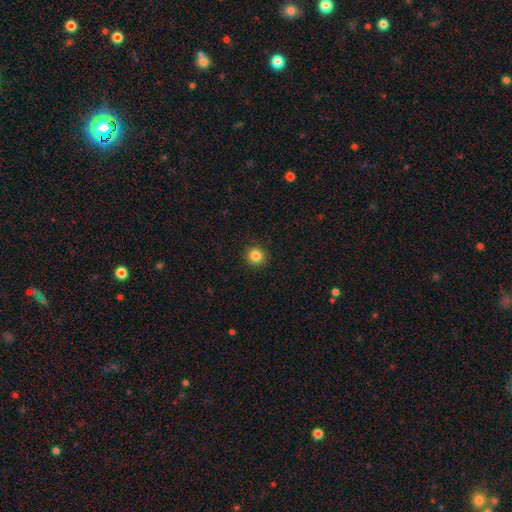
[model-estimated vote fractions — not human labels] A smooth galaxy with no disk features (84%) that is round (94%). Merging: none (93%).